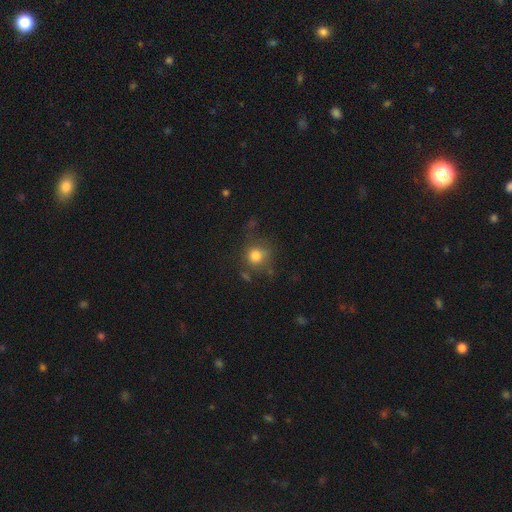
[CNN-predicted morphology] A smooth galaxy with no disk features (77%) that is round (85%).

Vote fractions:
- Smooth or featured? smooth: 77% / star or artifact: 13% / featured or disk: 10%
- How rounded? round: 85% / in between: 13% / cigar-shaped: 1%
- Merging? none: 64% / minor disturbance: 20% / major disturbance: 11% / merger: 5%